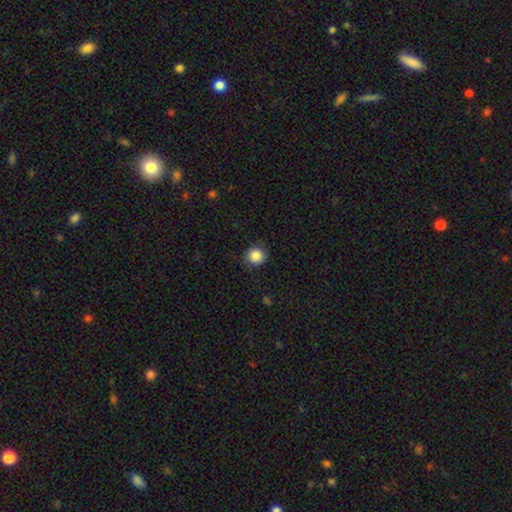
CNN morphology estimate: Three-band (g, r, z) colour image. It shows a smooth galaxy with no disk features (85%) that is round (91%). Merging: none (83%).